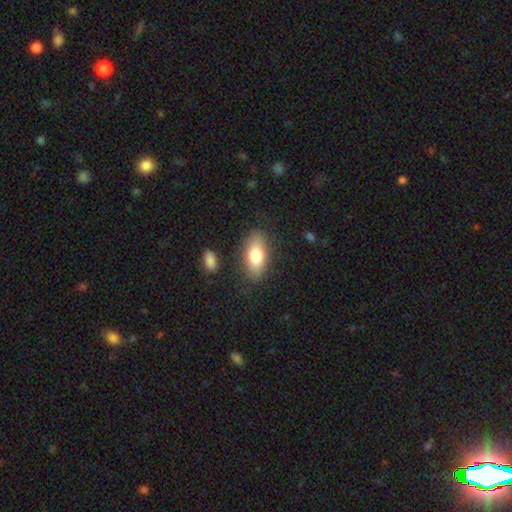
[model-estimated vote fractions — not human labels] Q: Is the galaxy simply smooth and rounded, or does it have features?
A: smooth — 77%.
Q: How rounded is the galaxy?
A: in between — 87%.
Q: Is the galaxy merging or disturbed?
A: none — 83%.